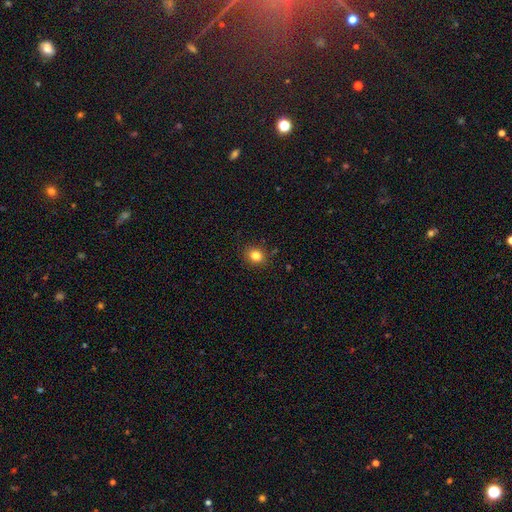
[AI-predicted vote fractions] Smooth or featured? smooth (82%)
How rounded? round (72%)
Merging? none (89%)